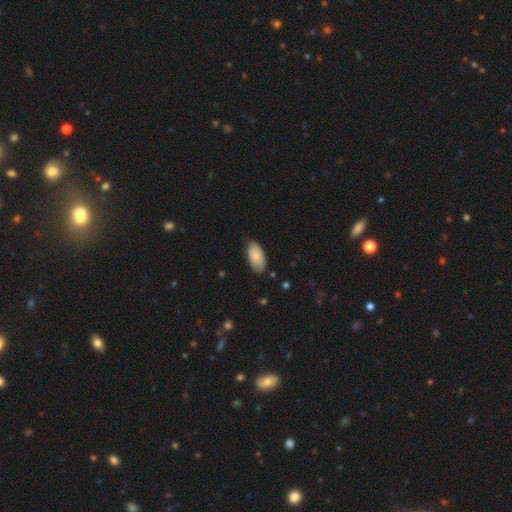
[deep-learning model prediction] smooth 85%, featured or disk 9%, star or artifact 6%. Down the decision tree: how rounded — in between (94%); merging — none (78%).